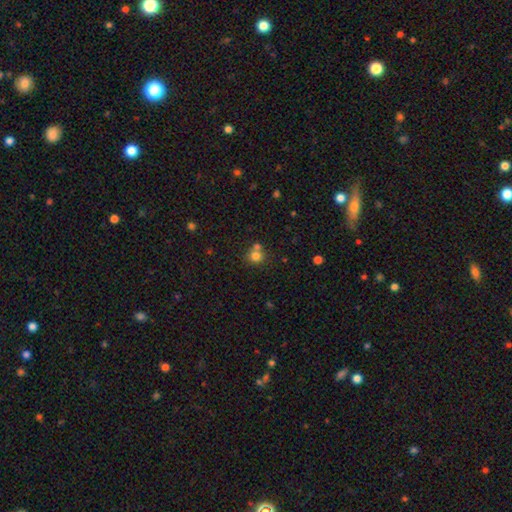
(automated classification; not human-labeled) Smooth or featured?
  - smooth: 77% *
  - star or artifact: 14%
  - featured or disk: 9%
How rounded?
  - round: 85% *
  - in between: 14%
  - cigar-shaped: 1%
Merging?
  - none: 54% *
  - merger: 35%
  - minor disturbance: 8%
  - major disturbance: 3%